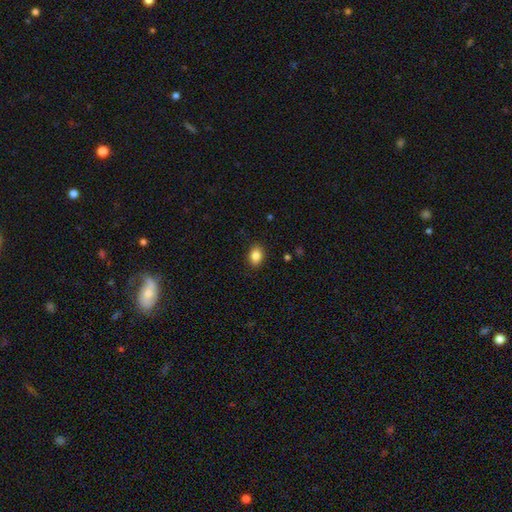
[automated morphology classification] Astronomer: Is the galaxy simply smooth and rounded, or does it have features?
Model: smooth — 85%.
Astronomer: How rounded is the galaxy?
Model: in between — 72%.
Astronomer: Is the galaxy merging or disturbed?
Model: none — 88%.